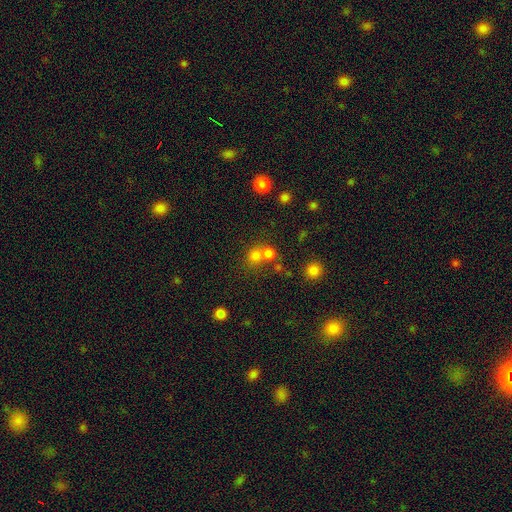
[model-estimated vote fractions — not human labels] A smooth galaxy with no disk features (73%) that is round (83%).

Vote fractions:
- Smooth or featured? smooth: 73% / star or artifact: 18% / featured or disk: 9%
- How rounded? round: 83% / in between: 16% / cigar-shaped: 1%
- Merging? none: 48% / merger: 41% / minor disturbance: 7% / major disturbance: 4%